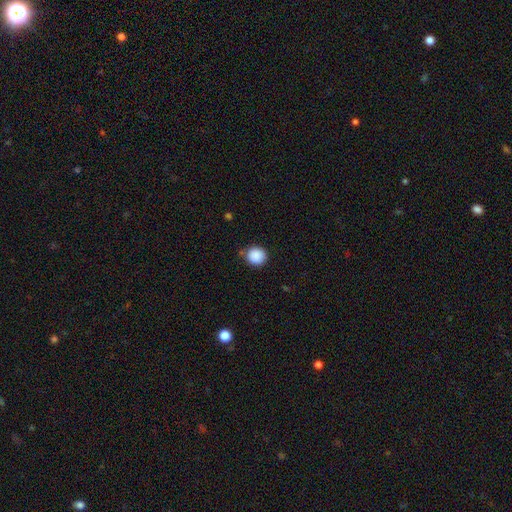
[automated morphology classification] smooth 89%, star or artifact 9%, featured or disk 3%. Down the decision tree: how rounded — round (90%); merging — none (82%).